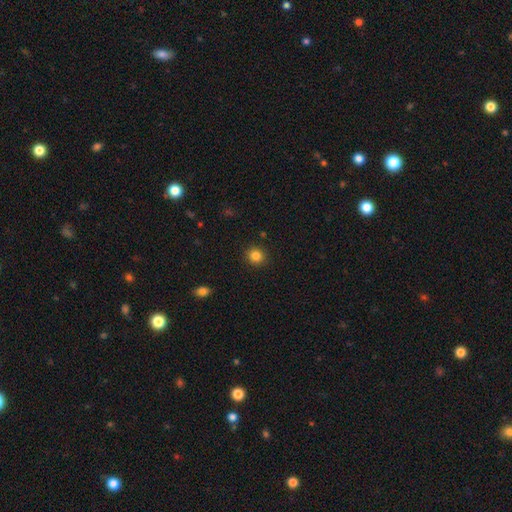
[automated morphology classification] A smooth galaxy with no disk features (84%) that is round (89%).

Vote fractions:
- Smooth or featured? smooth: 84% / star or artifact: 11% / featured or disk: 5%
- How rounded? round: 89% / in between: 10% / cigar-shaped: 1%
- Merging? none: 91% / minor disturbance: 6% / major disturbance: 2% / merger: 1%